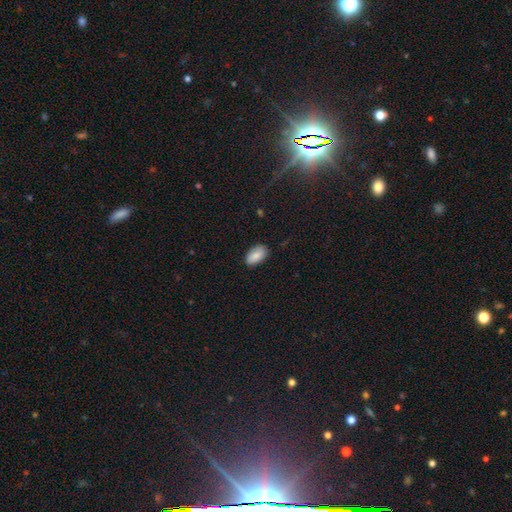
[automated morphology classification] The model was most divided on "merging": none: 84%, minor disturbance: 13%, major disturbance: 2%, merger: 1%. More confident: how rounded — in between (94%); smooth or featured — smooth (86%).